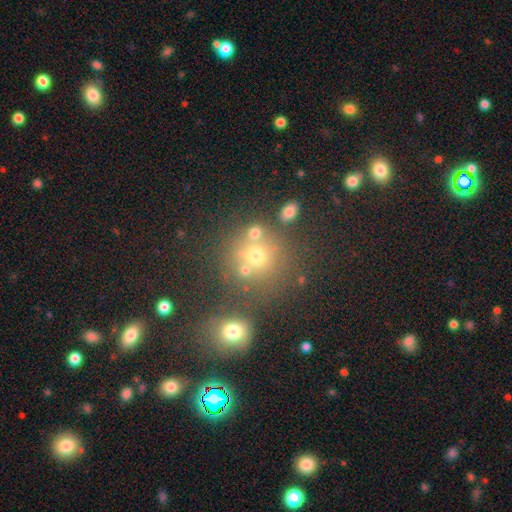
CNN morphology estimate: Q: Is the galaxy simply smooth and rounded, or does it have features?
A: smooth — 57%.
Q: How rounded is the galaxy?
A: round — 87%.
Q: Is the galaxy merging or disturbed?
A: none — 59%.